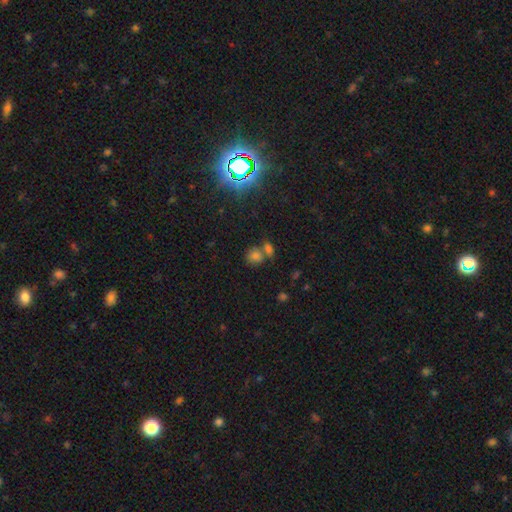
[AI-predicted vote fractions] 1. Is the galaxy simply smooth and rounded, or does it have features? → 71% smooth, 20% star or artifact, 8% featured or disk.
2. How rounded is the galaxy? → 66% round, 32% in between, 2% cigar-shaped.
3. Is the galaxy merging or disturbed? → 46% none, 40% merger, 10% minor disturbance, 4% major disturbance.